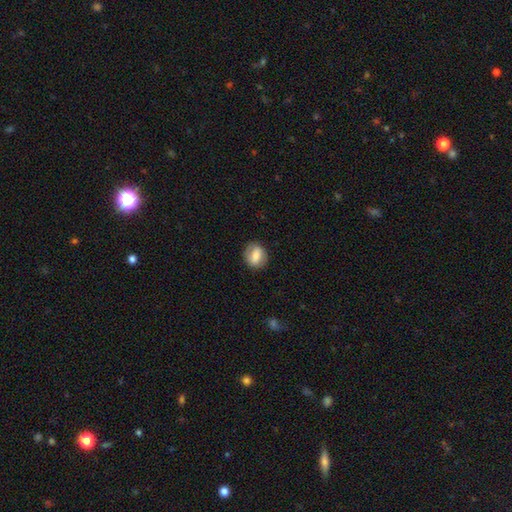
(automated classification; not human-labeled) smooth 75%, featured or disk 17%, star or artifact 8%. Down the decision tree: how rounded — round (51%); merging — none (82%).